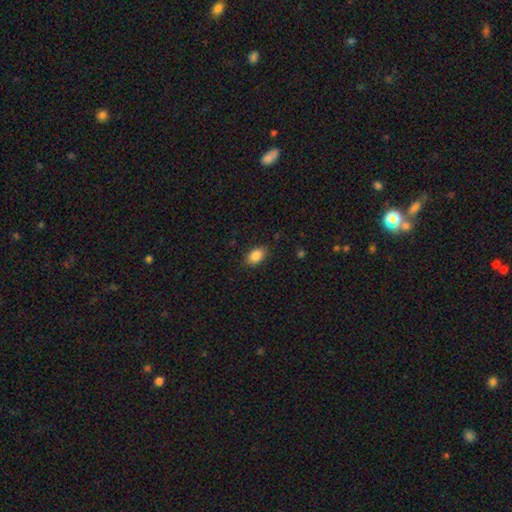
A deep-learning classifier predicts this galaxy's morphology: A smooth galaxy with no disk features (86%) that is in between round and cigar-shaped (88%).

Vote fractions:
- Smooth or featured? smooth: 86% / star or artifact: 8% / featured or disk: 6%
- How rounded? in between: 88% / round: 11% / cigar-shaped: 2%
- Merging? none: 86% / minor disturbance: 11% / major disturbance: 2% / merger: 1%